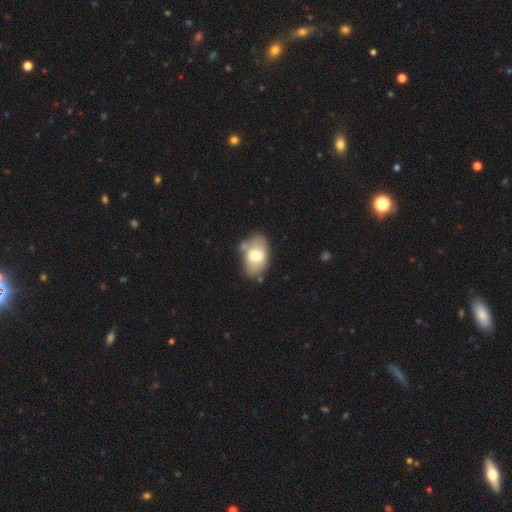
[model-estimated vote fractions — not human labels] Q: Smooth or featured?
A: smooth (65%); runner-up: featured or disk (27%)
Q: How rounded?
A: in between (89%); runner-up: round (10%)
Q: Merging?
A: none (63%); runner-up: minor disturbance (19%)